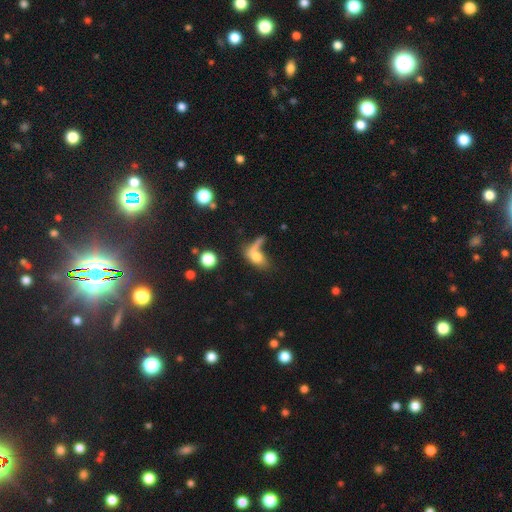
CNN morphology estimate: A smooth galaxy with no disk features (65%) that is in between round and cigar-shaped (72%).

Vote fractions:
- Smooth or featured? smooth: 65% / featured or disk: 23% / star or artifact: 12%
- How rounded? in between: 72% / round: 18% / cigar-shaped: 10%
- Merging? none: 31% / merger: 29% / major disturbance: 26% / minor disturbance: 14%